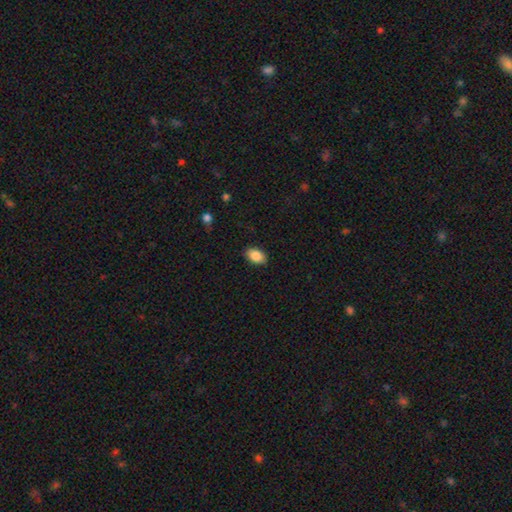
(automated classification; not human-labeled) The model was most divided on "how rounded": in between: 88%, round: 11%, cigar-shaped: 1%. More confident: merging — none (87%); smooth or featured — smooth (87%).